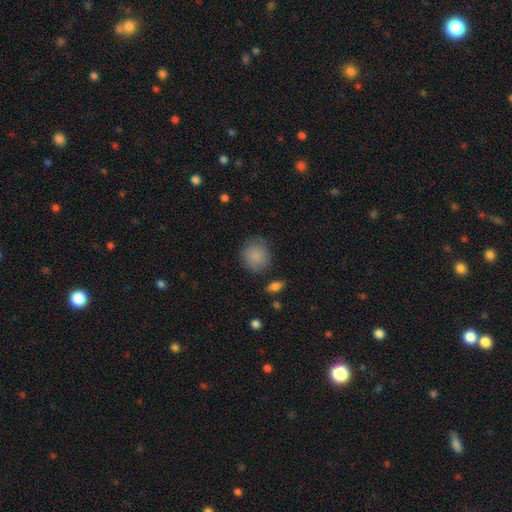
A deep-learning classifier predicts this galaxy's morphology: This appears to be a smooth galaxy with no disk features (87%) that is round (86%). Merging: none (80%).